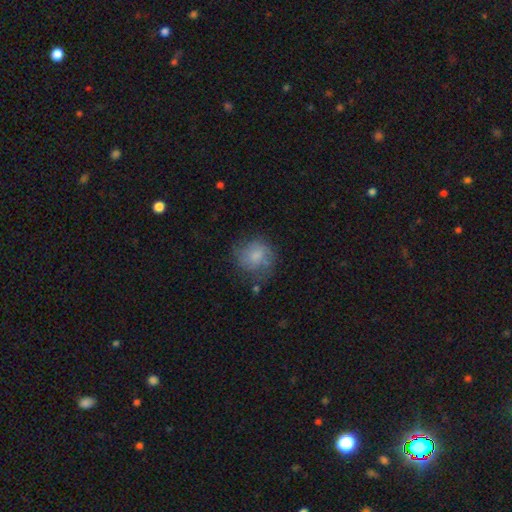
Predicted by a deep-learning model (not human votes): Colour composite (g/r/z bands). It shows a smooth galaxy with no disk features (62%) that is round (81%). Merging: none (57%).